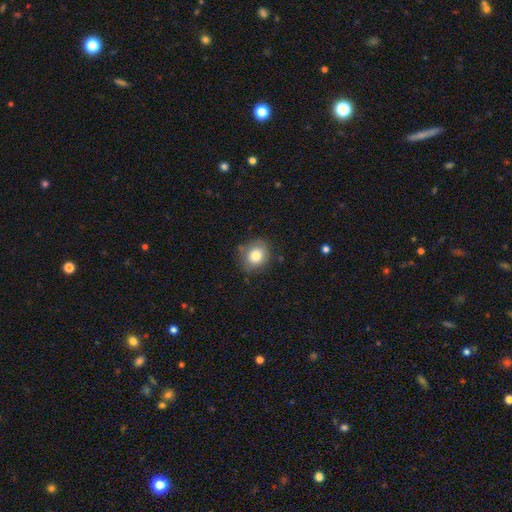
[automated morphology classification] type=smooth (81%); roundness=round (72%); merging=none (78%).